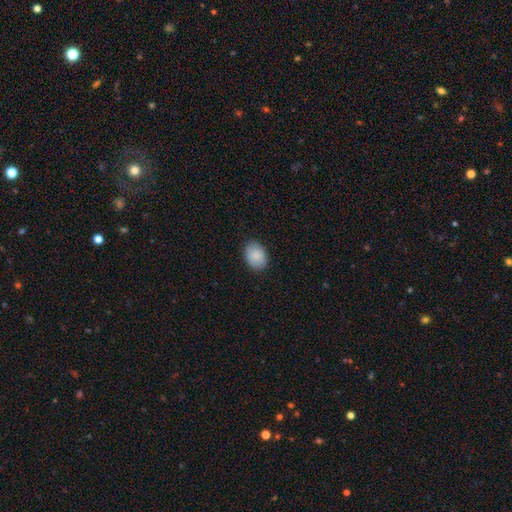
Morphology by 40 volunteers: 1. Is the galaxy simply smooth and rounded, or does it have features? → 90% smooth, 8% featured or disk, 2% star or artifact.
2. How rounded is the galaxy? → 67% in between, 33% round, 0% cigar-shaped.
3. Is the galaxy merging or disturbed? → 92% none, 5% minor disturbance, 3% major disturbance, 0% merger.